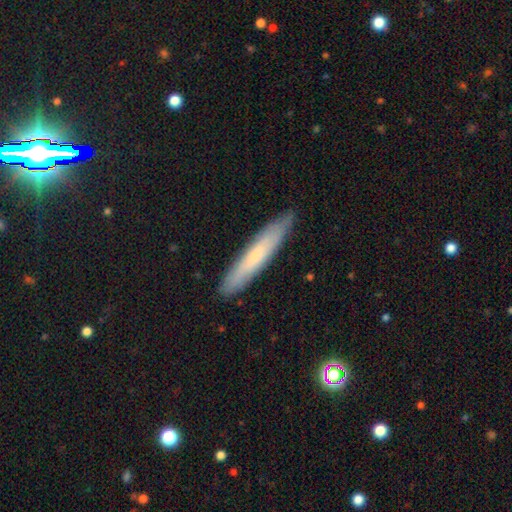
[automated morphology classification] Smooth or featured: smooth — 62% (featured or disk — 32%)
How rounded: cigar-shaped — 92% (in between — 7%)
Merging: none — 88% (minor disturbance — 9%)